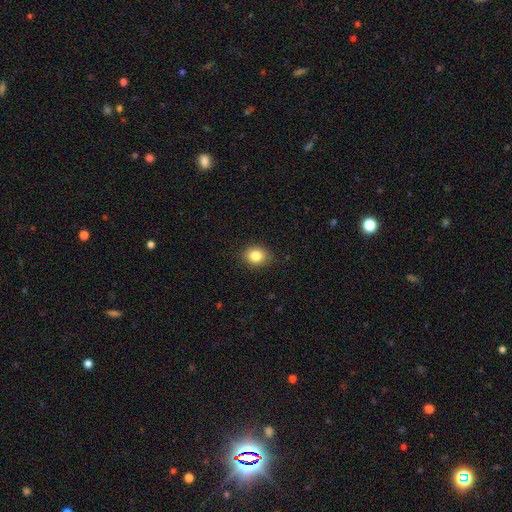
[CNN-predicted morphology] This is clearly a smooth galaxy (84%). How rounded: possibly round (58%). Merging: clearly none (87%).